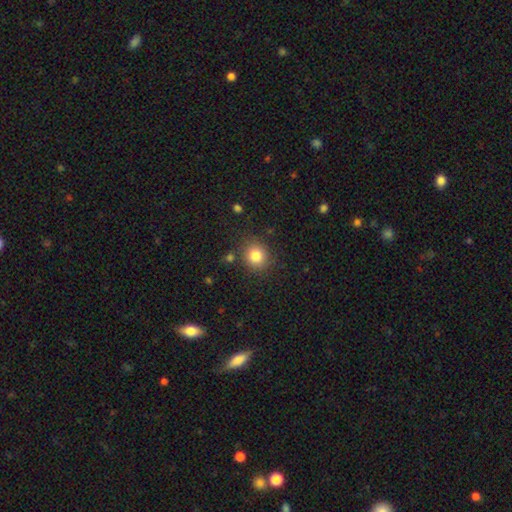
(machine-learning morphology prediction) Smooth or featured: smooth — 82% (star or artifact — 11%)
How rounded: round — 85% (in between — 14%)
Merging: none — 83% (minor disturbance — 10%)